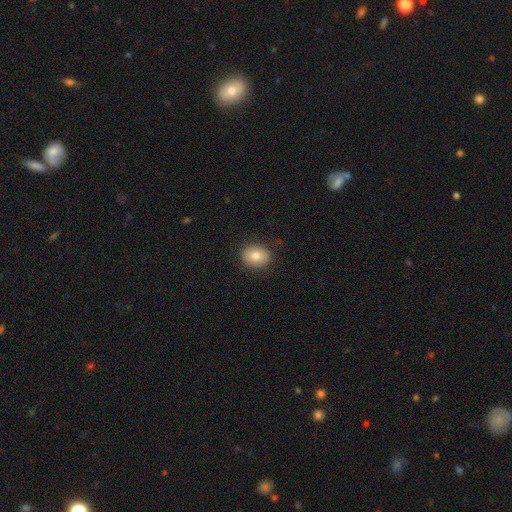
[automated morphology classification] This appears to be a smooth galaxy with no disk features (79%) that is round (59%). Merging: none (87%).